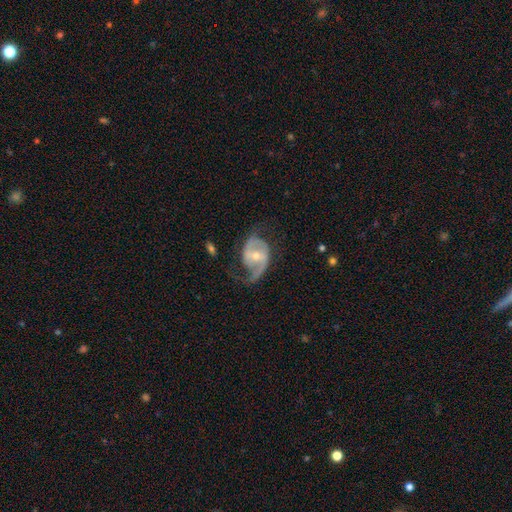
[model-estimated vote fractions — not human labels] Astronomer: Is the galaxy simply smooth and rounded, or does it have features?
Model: featured or disk — 81%.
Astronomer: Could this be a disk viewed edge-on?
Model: no — 97%.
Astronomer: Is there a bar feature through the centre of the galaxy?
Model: weak — 42% (runner-up: no, 37%).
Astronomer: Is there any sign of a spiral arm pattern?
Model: yes — 91%.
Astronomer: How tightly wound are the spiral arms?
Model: loose — 44% (runner-up: medium, 42%).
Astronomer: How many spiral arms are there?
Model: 2 — 71%.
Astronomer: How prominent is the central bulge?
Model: moderate — 48% (runner-up: small, 47%).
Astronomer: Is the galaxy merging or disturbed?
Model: none — 49% (runner-up: major disturbance, 26%).